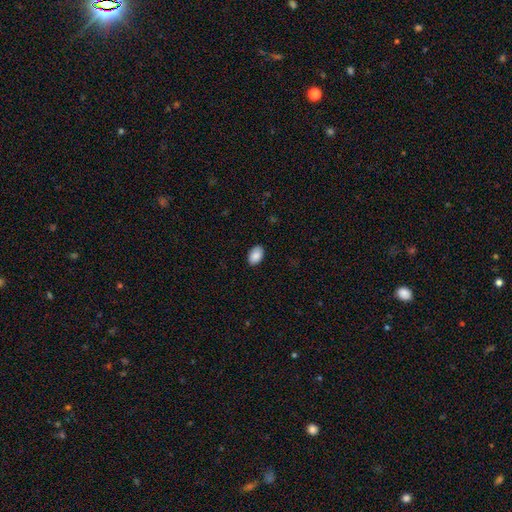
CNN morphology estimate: smooth 89%, star or artifact 7%, featured or disk 4%. Down the decision tree: how rounded — in between (91%); merging — none (89%).